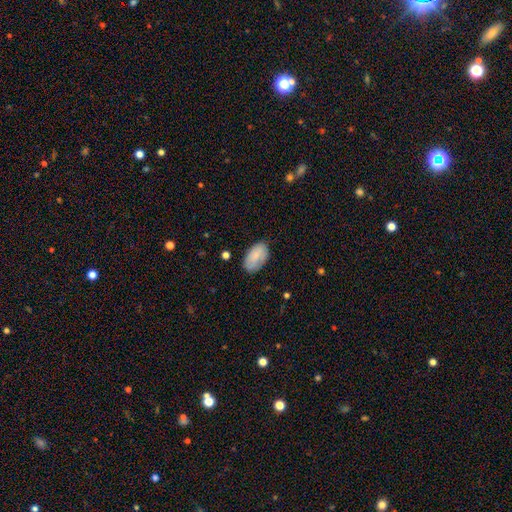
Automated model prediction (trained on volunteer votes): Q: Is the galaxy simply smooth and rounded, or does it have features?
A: smooth — 80%.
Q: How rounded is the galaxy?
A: in between — 94%.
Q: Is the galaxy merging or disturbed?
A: none — 76%.